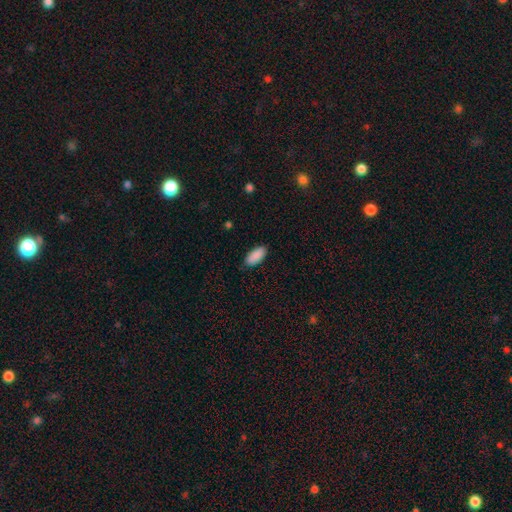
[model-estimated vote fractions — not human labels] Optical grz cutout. It shows a smooth galaxy with no disk features (91%) that is in between round and cigar-shaped (89%). Merging: none (87%).